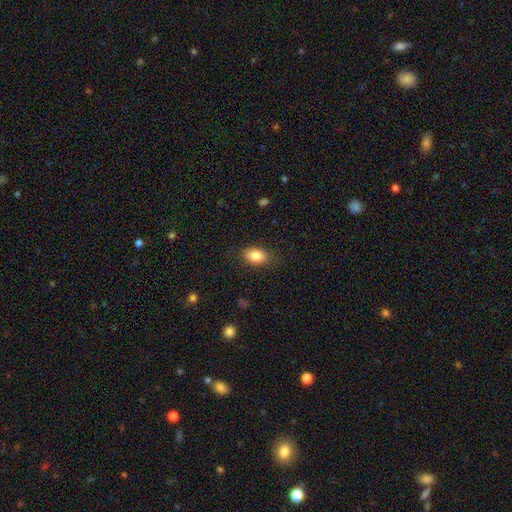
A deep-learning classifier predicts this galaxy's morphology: smooth 84%, featured or disk 8%, star or artifact 8%. Down the decision tree: how rounded — in between (88%); merging — none (84%).